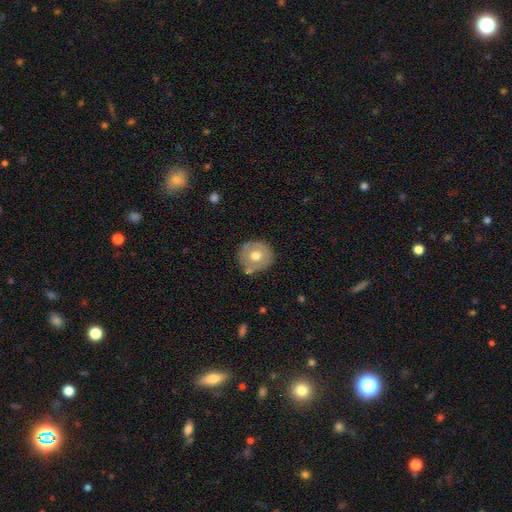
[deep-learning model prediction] Smooth or featured?
  - smooth: 64% *
  - featured or disk: 27%
  - star or artifact: 8%
How rounded?
  - round: 92% *
  - in between: 7%
  - cigar-shaped: 1%
Merging?
  - none: 77% *
  - minor disturbance: 12%
  - merger: 8%
  - major disturbance: 3%